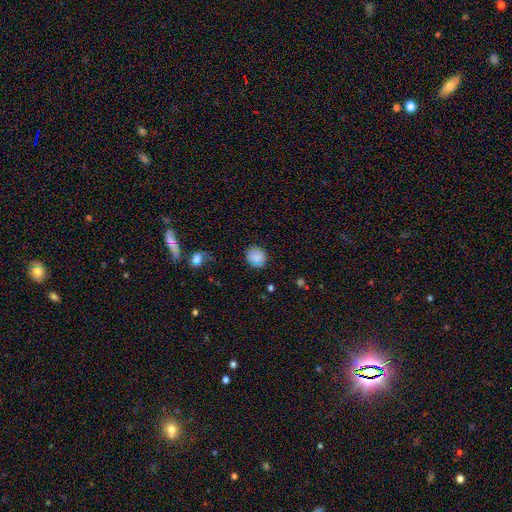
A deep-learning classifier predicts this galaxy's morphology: A smooth galaxy with no disk features (78%) that is round (83%).

Vote fractions:
- Smooth or featured? smooth: 78% / star or artifact: 13% / featured or disk: 9%
- How rounded? round: 83% / in between: 16% / cigar-shaped: 1%
- Merging? none: 81% / minor disturbance: 14% / major disturbance: 4% / merger: 2%